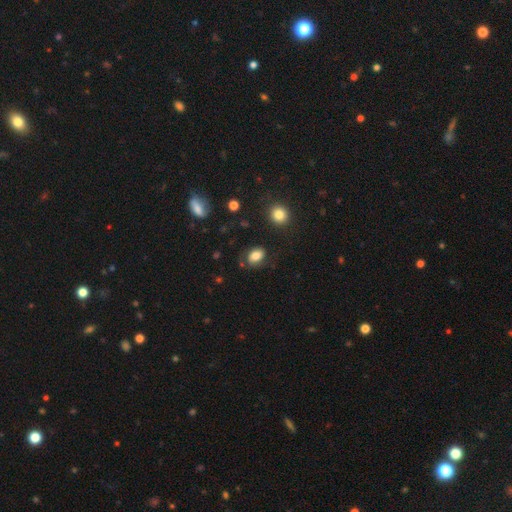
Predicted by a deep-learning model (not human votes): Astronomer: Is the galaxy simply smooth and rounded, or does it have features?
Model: smooth — 79%.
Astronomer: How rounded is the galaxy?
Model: in between — 80%.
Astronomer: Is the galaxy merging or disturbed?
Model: none — 73%.